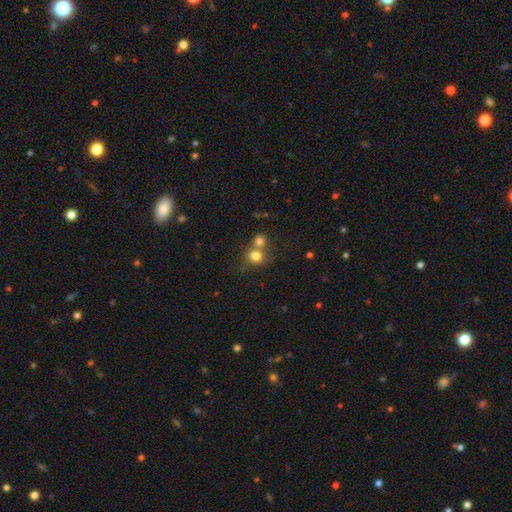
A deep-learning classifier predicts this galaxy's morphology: type=smooth (79%); roundness=round (74%); merging=merger (46%).